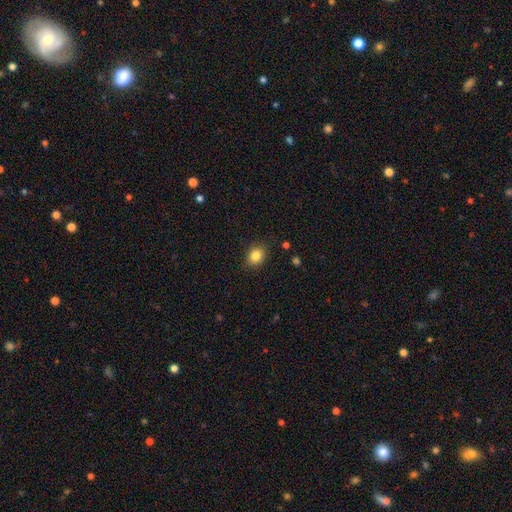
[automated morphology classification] A smooth galaxy with no disk features (84%) that is round (52%).

Vote fractions:
- Smooth or featured? smooth: 84% / star or artifact: 10% / featured or disk: 6%
- How rounded? round: 52% / in between: 47% / cigar-shaped: 1%
- Merging? none: 84% / minor disturbance: 12% / major disturbance: 3% / merger: 1%